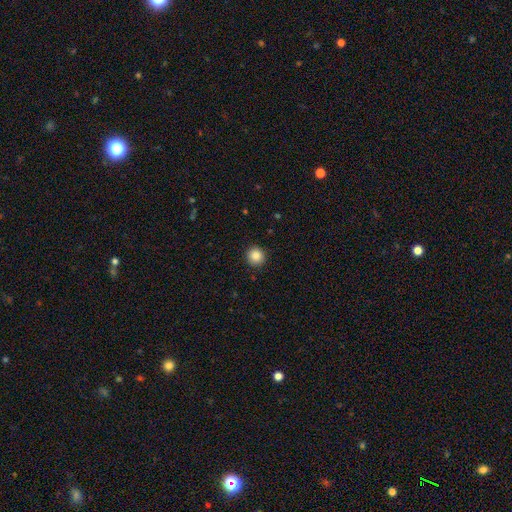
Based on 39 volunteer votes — Q: Smooth or featured?
A: smooth (92%); runner-up: featured or disk (5%)
Q: How rounded?
A: round (97%); runner-up: in between (3%)
Q: Merging?
A: none (95%); runner-up: major disturbance (5%)